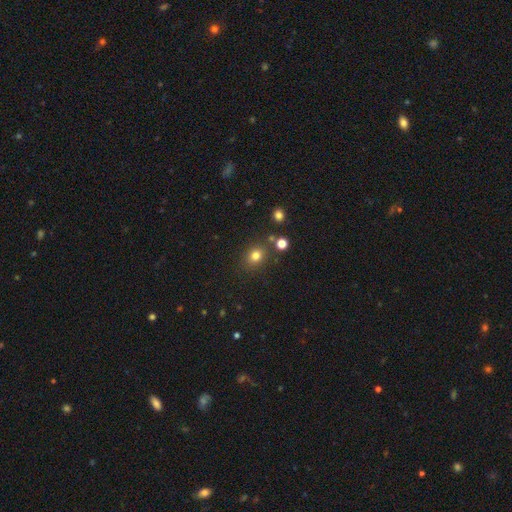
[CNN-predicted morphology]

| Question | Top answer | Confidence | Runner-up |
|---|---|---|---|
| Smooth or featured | smooth | 78% | star or artifact (15%) |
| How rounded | round | 67% | in between (32%) |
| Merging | none | 79% | minor disturbance (10%) |